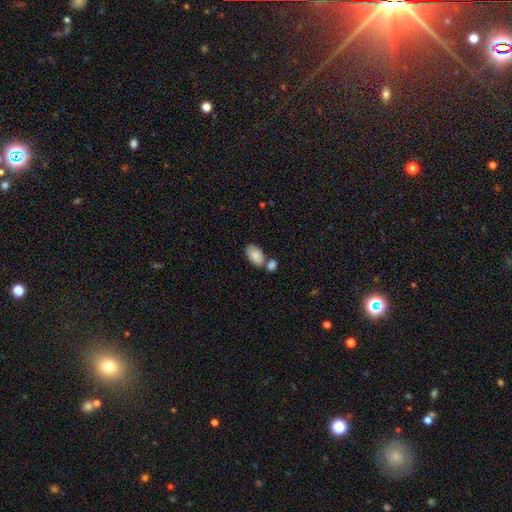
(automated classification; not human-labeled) A smooth galaxy with no disk features (84%) that is in between round and cigar-shaped (94%).

Vote fractions:
- Smooth or featured? smooth: 84% / featured or disk: 9% / star or artifact: 6%
- How rounded? in between: 94% / round: 5% / cigar-shaped: 1%
- Merging? none: 46% / merger: 36% / minor disturbance: 13% / major disturbance: 4%